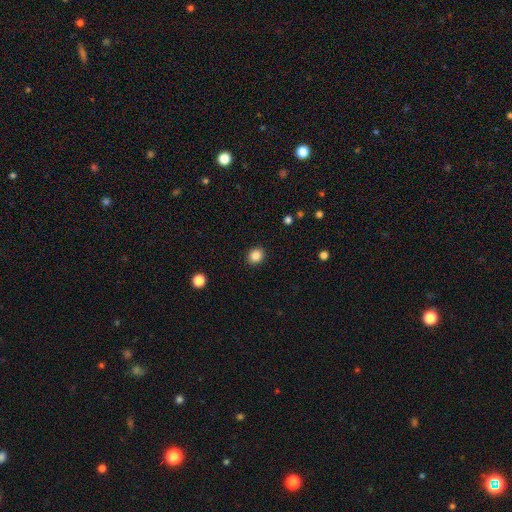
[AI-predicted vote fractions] smooth_or_featured: smooth (p=0.87) [alt: star or artifact p=0.10]
how_rounded: round (p=0.77) [alt: in between p=0.22]
merging: none (p=0.91) [alt: minor disturbance p=0.06]